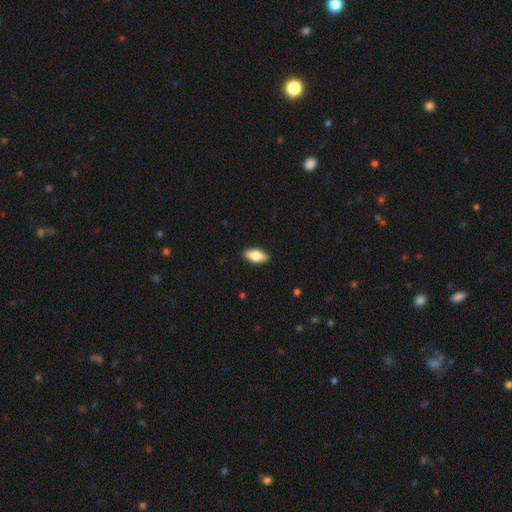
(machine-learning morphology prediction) This appears to be a smooth galaxy with no disk features (75%) that is in between round and cigar-shaped (87%). Merging: none (90%).